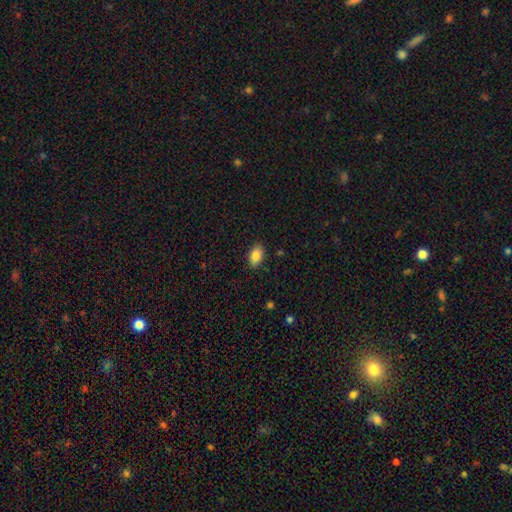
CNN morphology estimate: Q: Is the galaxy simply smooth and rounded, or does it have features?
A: smooth — 86%.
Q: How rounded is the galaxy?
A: in between — 90%.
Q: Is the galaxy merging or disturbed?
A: none — 87%.